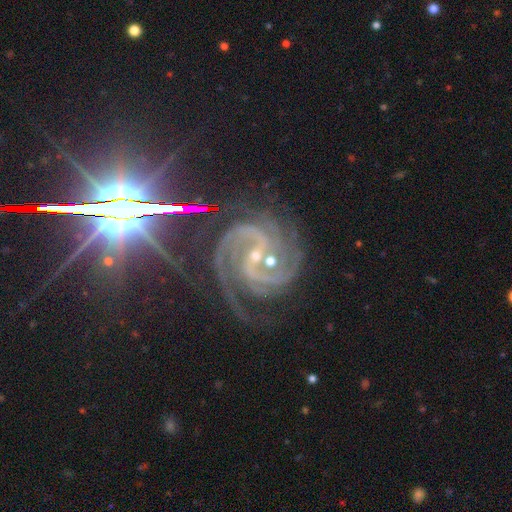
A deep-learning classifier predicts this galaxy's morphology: smooth-or-featured: featured or disk: 85% | star or artifact: 12% | smooth: 3%
  disk-edge-on: no: 97% | yes: 3%
    bar: strong: 39% | weak: 36% | no: 24%
    has-spiral-arms: yes: 99% | no: 1%
      spiral-winding: medium: 47% | tight: 45% | loose: 8%
      spiral-arm-count: 2: 44% | 3: 25% | can't tell: 10% | 4: 9% | more than 4: 6% | 1: 6%
    bulge-size: small: 77% | moderate: 19% | none: 3% | large: 1% | dominant: 1%
  merging: none: 62% | minor disturbance: 18% | major disturbance: 12% | merger: 9%